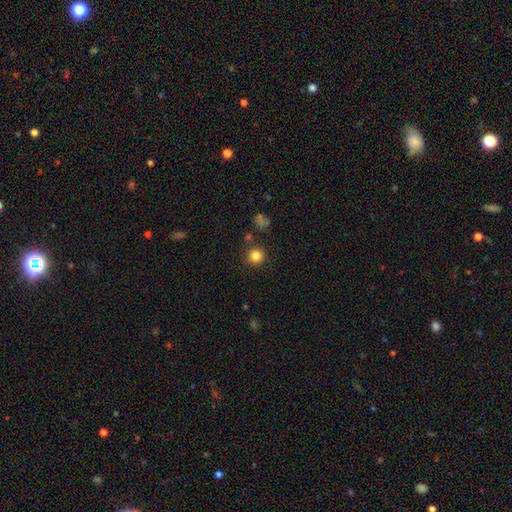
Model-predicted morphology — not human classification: Smooth or featured? smooth (83%)
How rounded? round (94%)
Merging? none (87%)